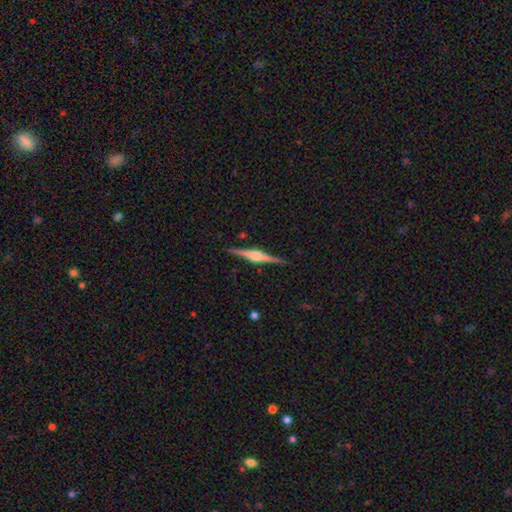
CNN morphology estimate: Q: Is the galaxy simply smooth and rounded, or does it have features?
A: featured or disk — 84%.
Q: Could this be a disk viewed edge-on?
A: yes — 98%.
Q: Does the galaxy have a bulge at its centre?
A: rounded — 84%.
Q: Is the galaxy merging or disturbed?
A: none — 90%.